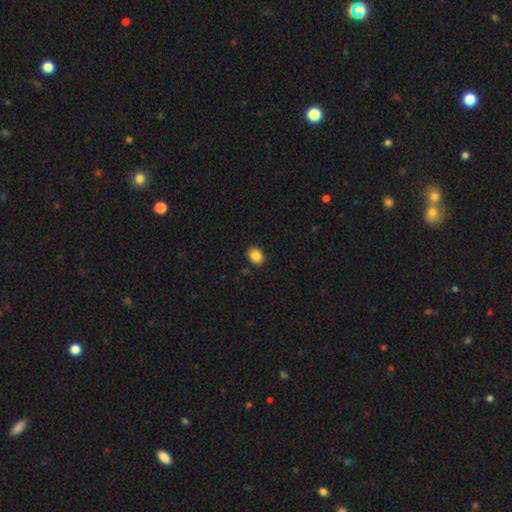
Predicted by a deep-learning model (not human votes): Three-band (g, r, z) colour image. It shows a smooth galaxy with no disk features (86%) that is in between round and cigar-shaped (54%). Merging: none (89%).